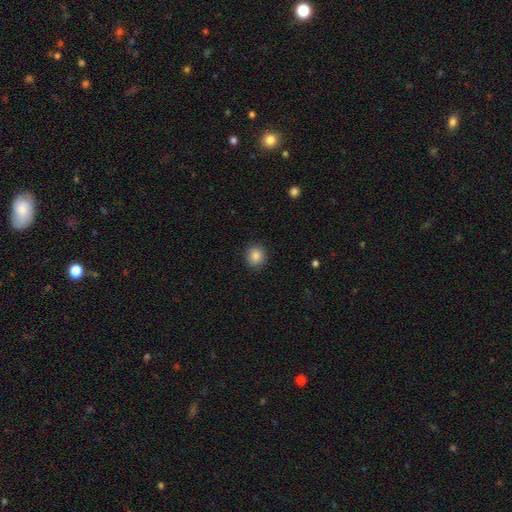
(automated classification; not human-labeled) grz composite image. It shows a smooth galaxy with no disk features (86%) that is round (80%). Merging: none (89%).